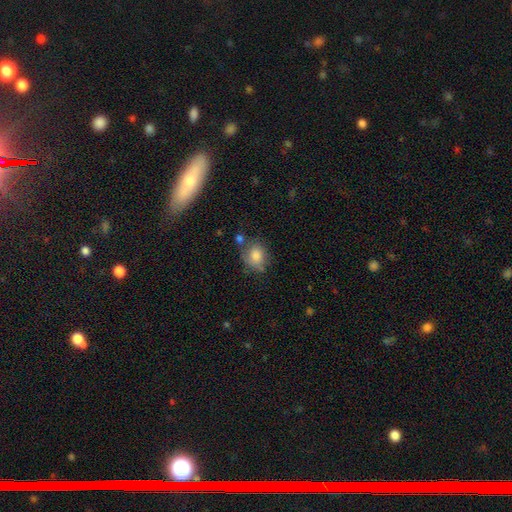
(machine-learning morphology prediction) smooth_or_featured: smooth (p=0.79) [alt: featured or disk p=0.12]
how_rounded: round (p=0.54) [alt: in between p=0.45]
merging: none (p=0.57) [alt: minor disturbance p=0.24]